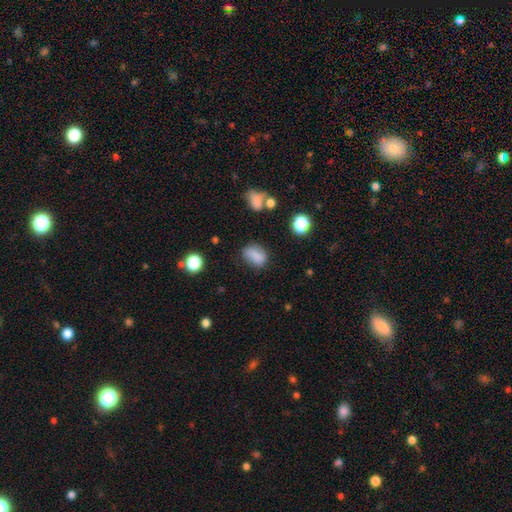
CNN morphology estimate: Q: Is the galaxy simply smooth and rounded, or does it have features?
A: smooth — 80%.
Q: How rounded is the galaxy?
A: in between — 77%.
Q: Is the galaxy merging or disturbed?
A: none — 63%.